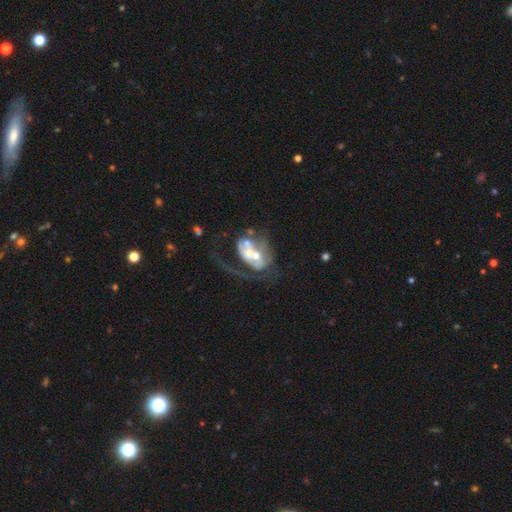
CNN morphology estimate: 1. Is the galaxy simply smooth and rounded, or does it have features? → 65% featured or disk, 27% smooth, 8% star or artifact.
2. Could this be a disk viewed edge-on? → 96% no, 4% yes.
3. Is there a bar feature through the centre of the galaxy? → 78% no, 16% weak, 6% strong.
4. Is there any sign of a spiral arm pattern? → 60% no, 40% yes.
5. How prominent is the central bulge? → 53% moderate, 32% small, 8% large, 6% none, 2% dominant.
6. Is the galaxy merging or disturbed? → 53% merger, 27% major disturbance, 13% none, 8% minor disturbance.